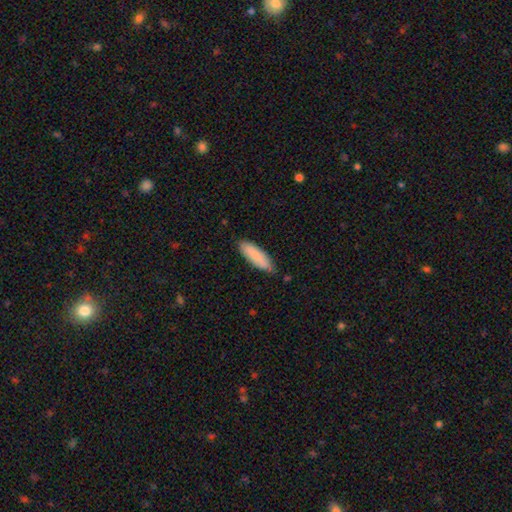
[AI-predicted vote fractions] Overall: smooth (85%). How rounded: in between (53%; cigar-shaped 46%). Merging: none (81%).